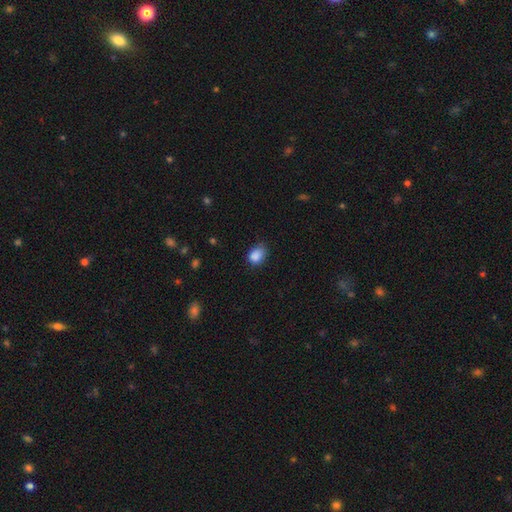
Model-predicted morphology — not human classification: A smooth galaxy with no disk features (87%) that is in between round and cigar-shaped (64%). Merging: none (63%).